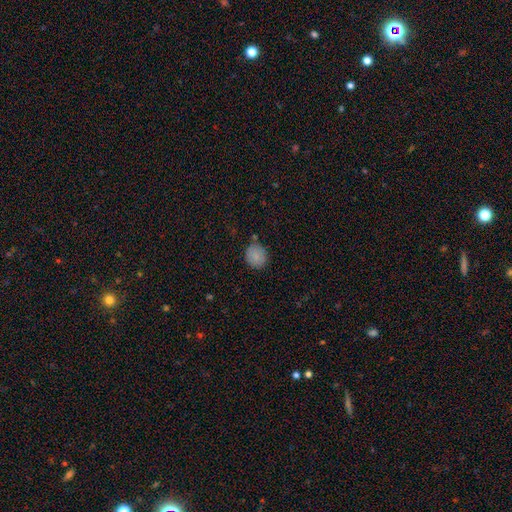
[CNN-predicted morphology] Q: Smooth or featured?
A: smooth (85%); runner-up: star or artifact (9%)
Q: How rounded?
A: round (84%); runner-up: in between (15%)
Q: Merging?
A: none (80%); runner-up: minor disturbance (13%)